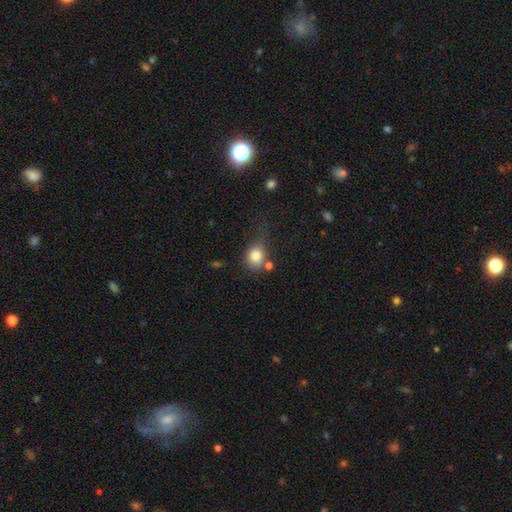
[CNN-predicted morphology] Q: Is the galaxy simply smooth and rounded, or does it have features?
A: smooth — 80%.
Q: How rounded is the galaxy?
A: round — 68%.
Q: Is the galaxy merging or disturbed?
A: none — 44%.